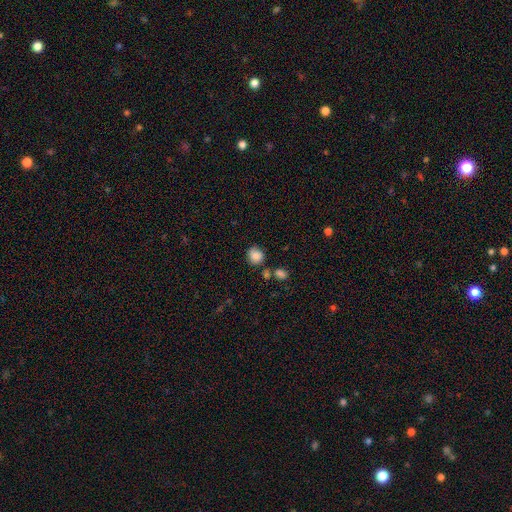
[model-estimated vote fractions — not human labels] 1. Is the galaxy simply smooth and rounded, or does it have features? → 85% smooth, 9% star or artifact, 6% featured or disk.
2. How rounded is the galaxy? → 81% round, 18% in between, 1% cigar-shaped.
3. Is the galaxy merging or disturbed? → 70% none, 16% minor disturbance, 10% merger, 4% major disturbance.